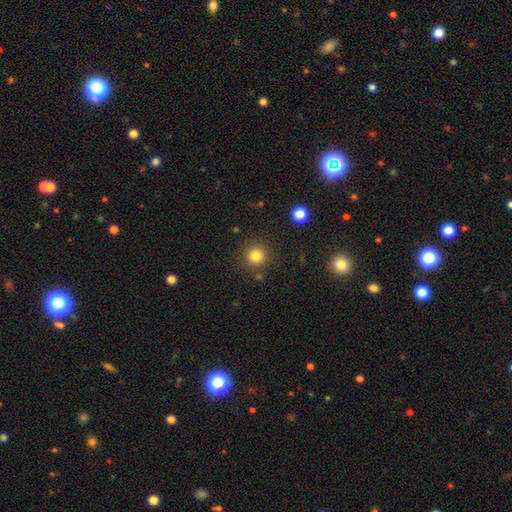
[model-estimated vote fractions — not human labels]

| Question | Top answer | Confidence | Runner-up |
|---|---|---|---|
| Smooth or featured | smooth | 82% | star or artifact (13%) |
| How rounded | round | 94% | in between (5%) |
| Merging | none | 88% | minor disturbance (7%) |